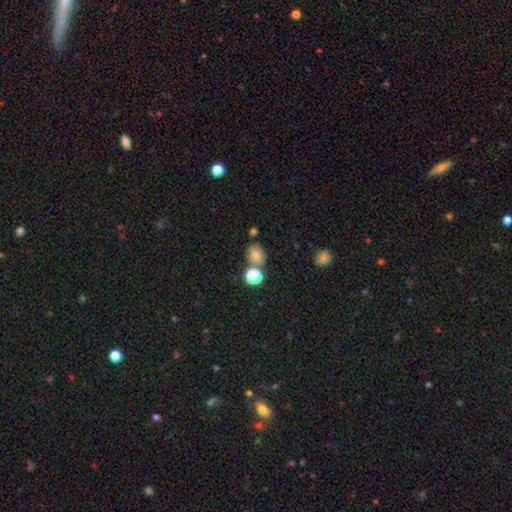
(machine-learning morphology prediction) Smooth or featured? smooth (74%)
How rounded? in between (50%)
Merging? none (65%)